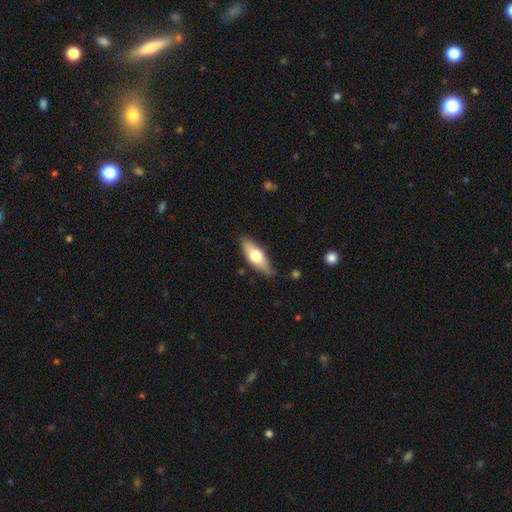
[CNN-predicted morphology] type=smooth (62%); roundness=in between (68%); merging=none (79%).